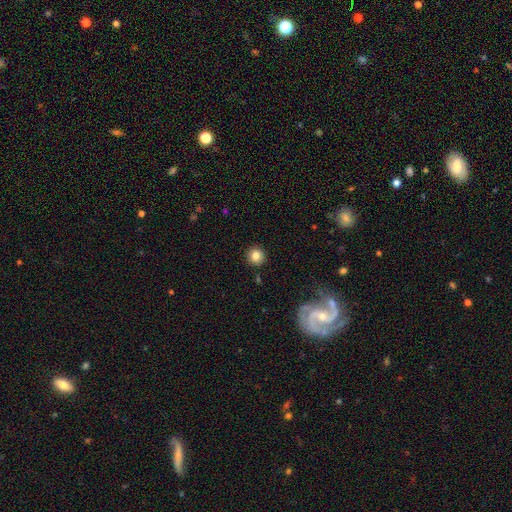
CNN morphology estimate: A smooth galaxy with no disk features (83%) that is round (94%). Merging: none (91%).